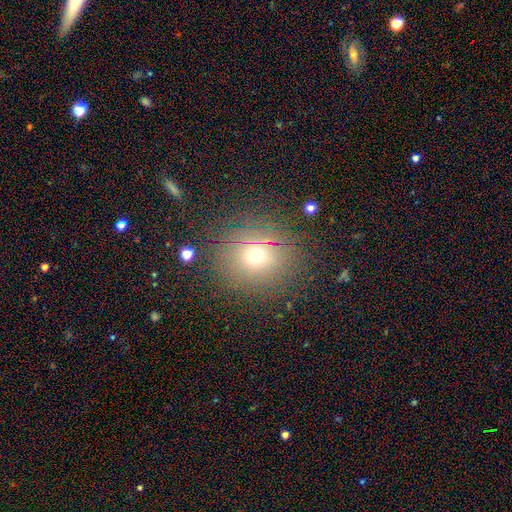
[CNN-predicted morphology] This is likely a smooth galaxy (64%). How rounded: clearly round (86%). Merging: clearly none (85%).